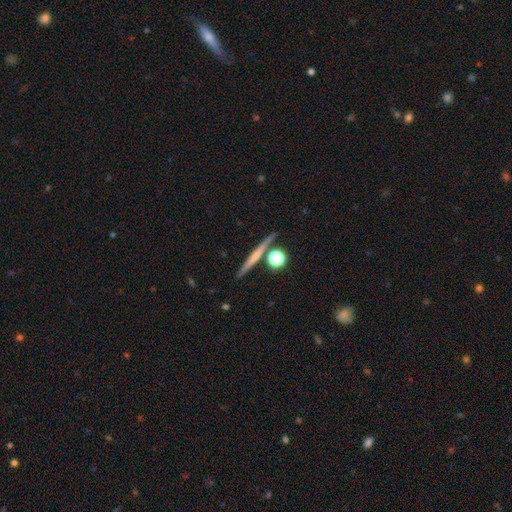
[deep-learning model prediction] Q: Smooth or featured?
A: featured or disk (55%); runner-up: smooth (36%)
Q: Edge-on disk?
A: yes (96%); runner-up: no (4%)
Q: Edge-on bulge?
A: none (52%); runner-up: rounded (39%)
Q: Merging?
A: none (83%); runner-up: minor disturbance (8%)